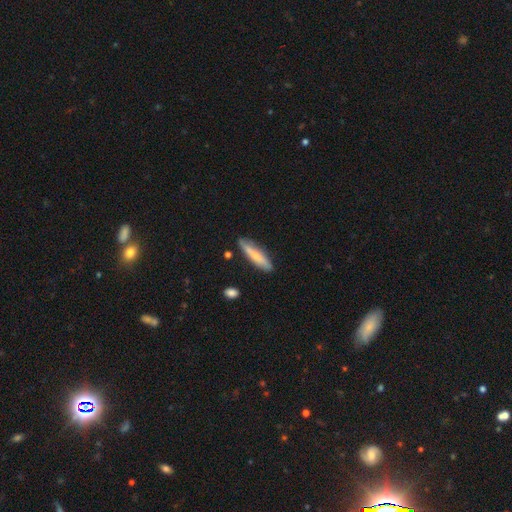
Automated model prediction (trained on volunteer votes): Morphology: type=smooth (63%); roundness=cigar-shaped (79%); merging=none (80%).